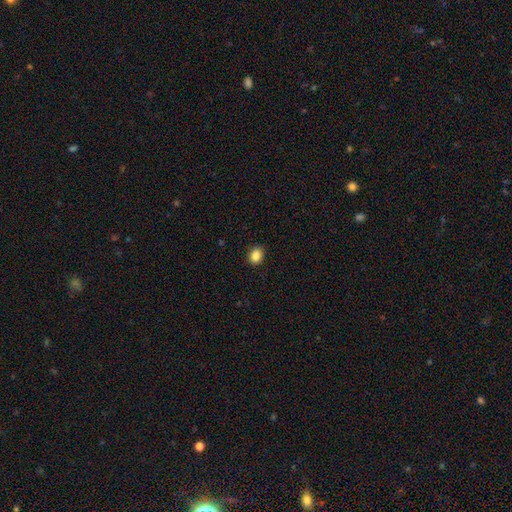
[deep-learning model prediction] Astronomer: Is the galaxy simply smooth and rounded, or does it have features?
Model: smooth — 86%.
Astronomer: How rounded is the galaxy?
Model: round — 53% (runner-up: in between, 47%).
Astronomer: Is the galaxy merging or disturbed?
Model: none — 90%.